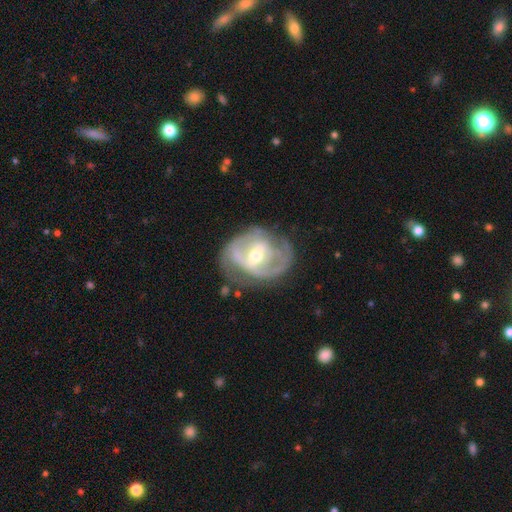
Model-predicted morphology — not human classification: type=featured or disk (82%); edge-on=no (96%); bar=weak (43%); spiral arms=yes (81%); winding=tight (47%); arm count=2 (54%); bulge=moderate (62%); merging=none (63%).